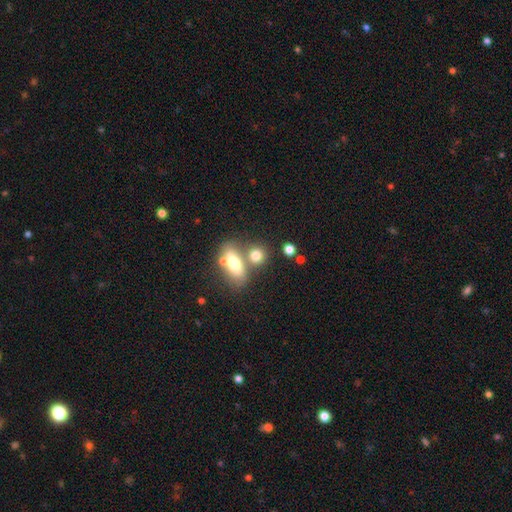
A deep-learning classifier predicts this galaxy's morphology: This appears to be a smooth galaxy with no disk features (75%) that is round (53%). Merging: none (53%).